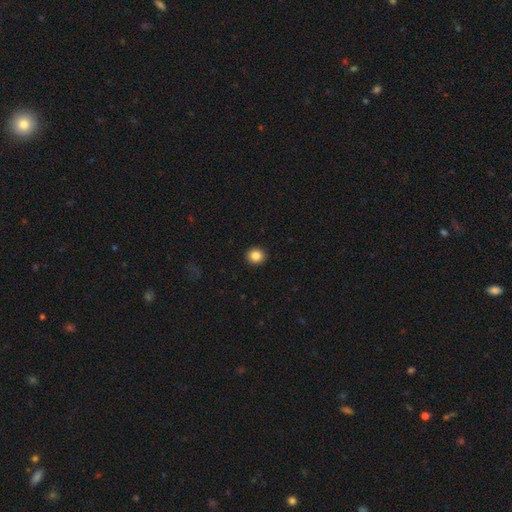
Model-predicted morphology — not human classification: This appears to be a smooth galaxy with no disk features (85%) that is round (89%). Merging: none (93%).